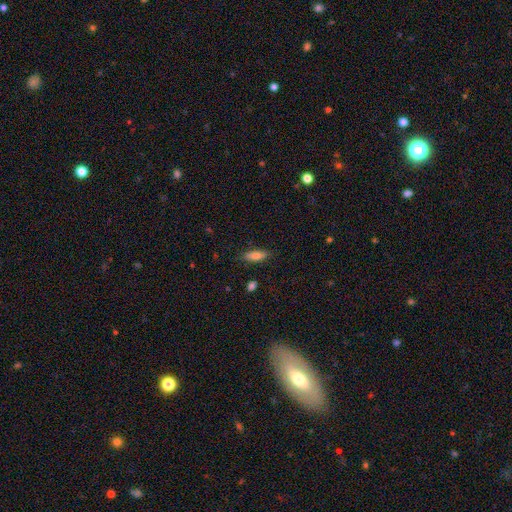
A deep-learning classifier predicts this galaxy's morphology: Smooth or featured: smooth — 74% (featured or disk — 19%)
How rounded: in between — 54% (cigar-shaped — 43%)
Merging: none — 84% (minor disturbance — 12%)